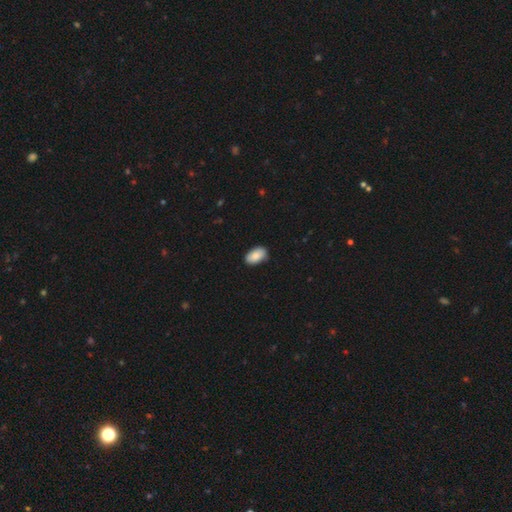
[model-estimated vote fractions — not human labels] A smooth galaxy with no disk features (86%) that is in between round and cigar-shaped (94%).

Vote fractions:
- Smooth or featured? smooth: 86% / featured or disk: 7% / star or artifact: 6%
- How rounded? in between: 94% / round: 4% / cigar-shaped: 2%
- Merging? none: 86% / minor disturbance: 11% / major disturbance: 2% / merger: 1%